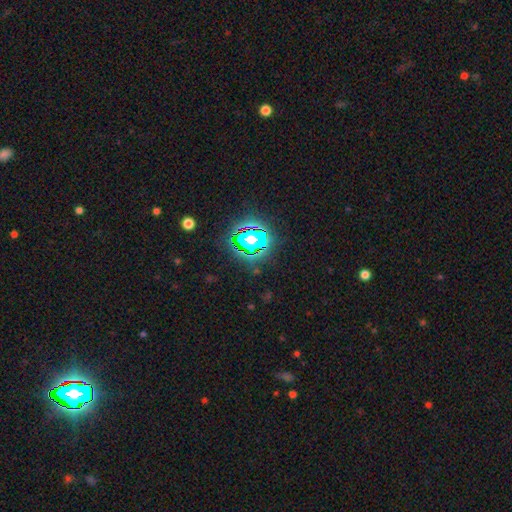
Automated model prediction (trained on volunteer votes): smooth_or_featured: star or artifact (p=0.83) [alt: smooth p=0.11]